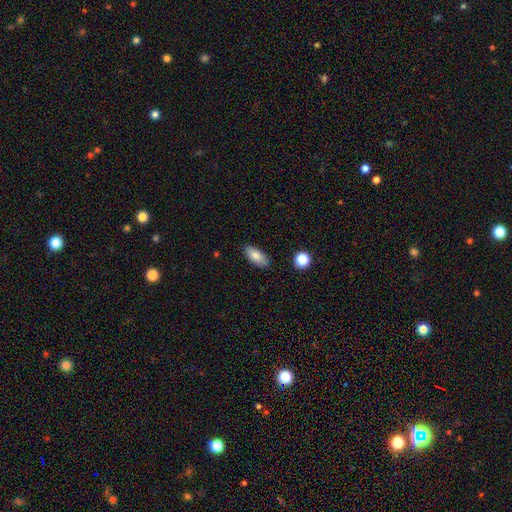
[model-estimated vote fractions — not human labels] Smooth or featured: smooth — 83% (featured or disk — 10%)
How rounded: in between — 83% (cigar-shaped — 14%)
Merging: none — 86% (minor disturbance — 10%)